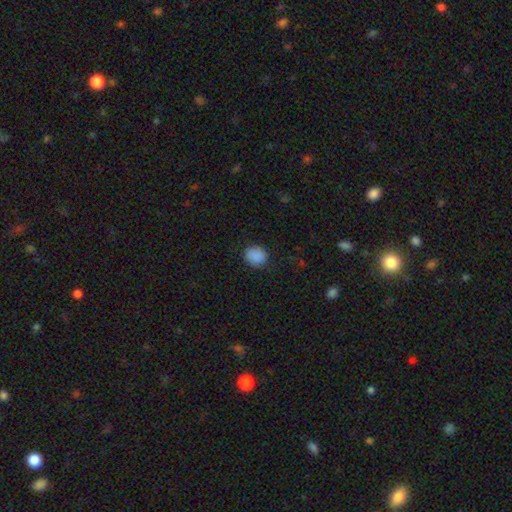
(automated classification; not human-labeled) smooth-or-featured: smooth: 88% | star or artifact: 9% | featured or disk: 3%
  how-rounded: round: 73% | in between: 26% | cigar-shaped: 1%
  merging: none: 84% | minor disturbance: 12% | major disturbance: 3% | merger: 1%